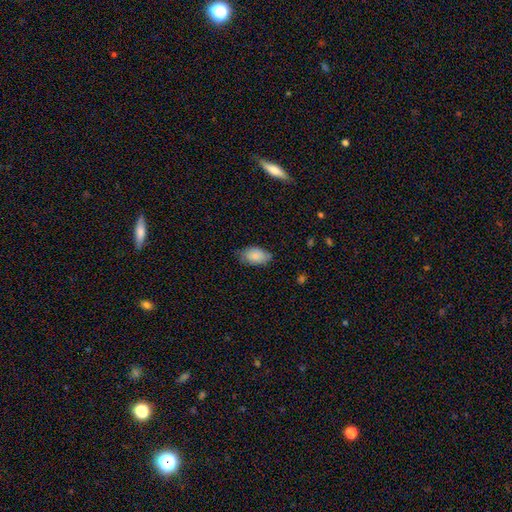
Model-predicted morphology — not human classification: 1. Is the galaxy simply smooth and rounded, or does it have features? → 84% smooth, 10% featured or disk, 6% star or artifact.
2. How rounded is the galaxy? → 93% in between, 5% round, 2% cigar-shaped.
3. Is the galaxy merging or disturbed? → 70% none, 25% minor disturbance, 4% major disturbance, 1% merger.